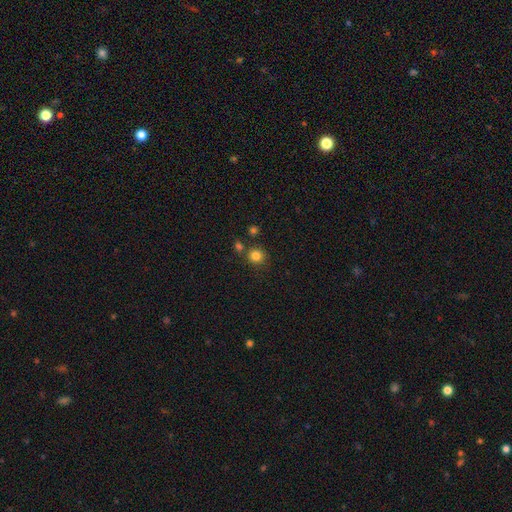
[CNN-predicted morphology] The model was most divided on "merging": none: 77%, merger: 11%, minor disturbance: 8%, major disturbance: 3%. More confident: how rounded — round (91%); smooth or featured — smooth (82%).